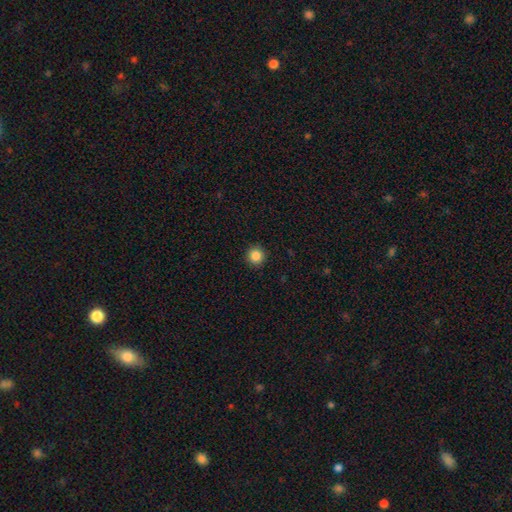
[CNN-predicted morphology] Overall: smooth (85%). How rounded: round (95%). Merging: none (92%).